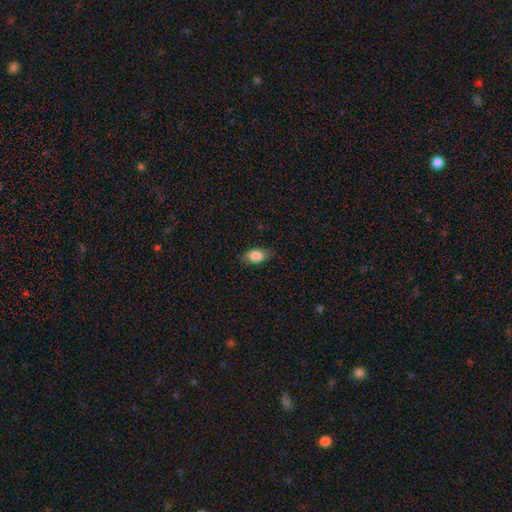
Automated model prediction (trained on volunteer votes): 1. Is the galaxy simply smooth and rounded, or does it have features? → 84% smooth, 8% featured or disk, 7% star or artifact.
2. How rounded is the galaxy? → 88% in between, 9% round, 3% cigar-shaped.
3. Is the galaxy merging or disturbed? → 80% none, 16% minor disturbance, 3% major disturbance, 1% merger.